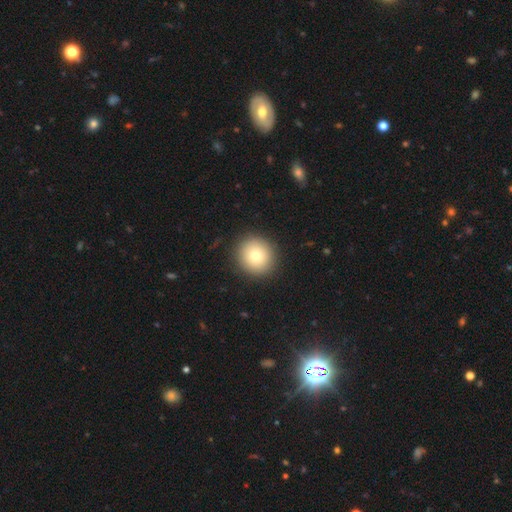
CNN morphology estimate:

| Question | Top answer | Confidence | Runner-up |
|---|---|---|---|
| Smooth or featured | smooth | 77% | featured or disk (12%) |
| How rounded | round | 92% | in between (7%) |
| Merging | none | 91% | minor disturbance (6%) |